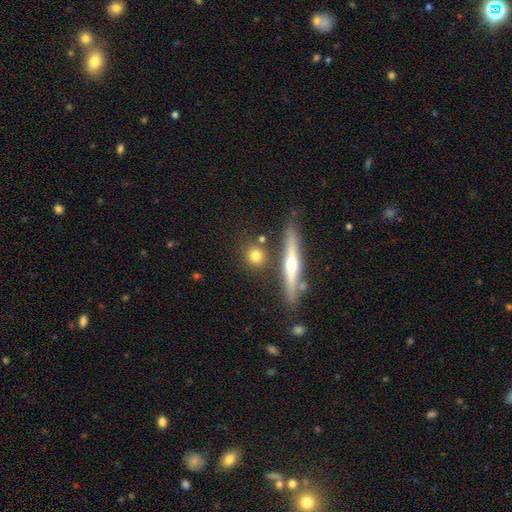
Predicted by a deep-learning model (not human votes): Smooth or featured: smooth — 68% (featured or disk — 23%)
How rounded: round — 78% (in between — 12%)
Merging: none — 80% (merger — 9%)